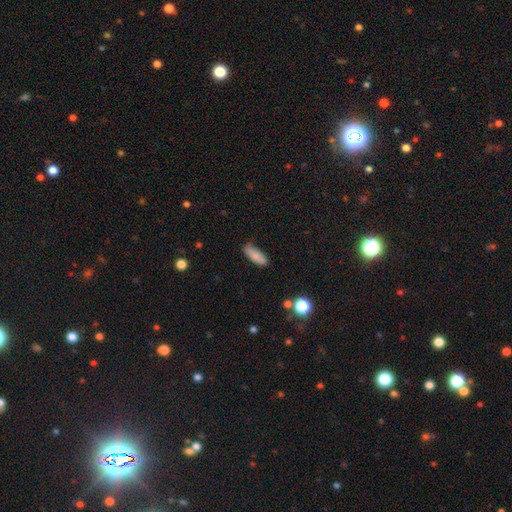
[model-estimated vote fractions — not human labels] smooth-or-featured: smooth: 85% | star or artifact: 8% | featured or disk: 7%
  how-rounded: in between: 64% | cigar-shaped: 34% | round: 2%
  merging: none: 81% | minor disturbance: 14% | major disturbance: 3% | merger: 2%